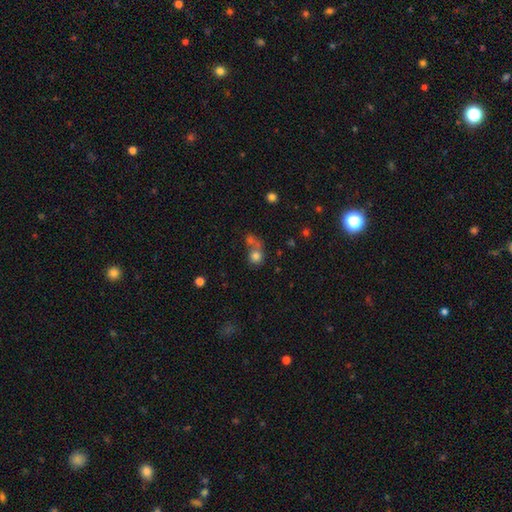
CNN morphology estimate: Smooth or featured? smooth (75%)
How rounded? round (79%)
Merging? merger (46%)